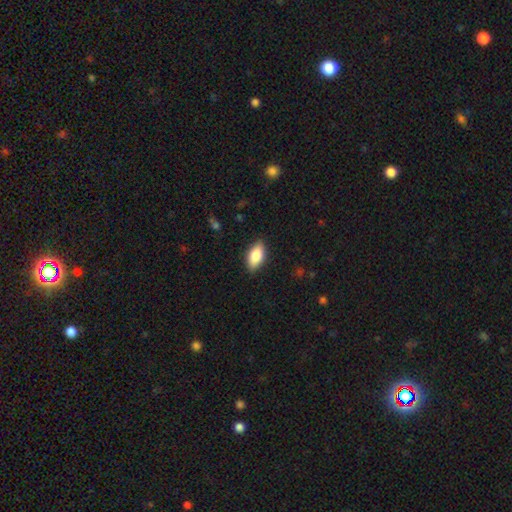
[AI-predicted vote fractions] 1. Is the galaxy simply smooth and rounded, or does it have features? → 82% smooth, 11% featured or disk, 6% star or artifact.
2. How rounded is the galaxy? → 91% in between, 6% cigar-shaped, 3% round.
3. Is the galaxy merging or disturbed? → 87% none, 10% minor disturbance, 2% major disturbance, 1% merger.